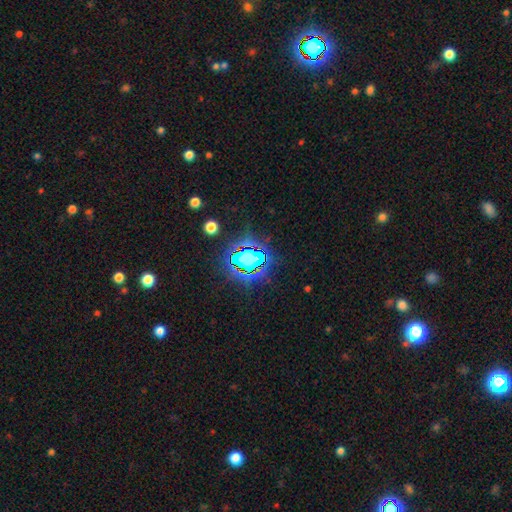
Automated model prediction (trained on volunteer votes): A star or artifact, not a galaxy (81%).

Vote fractions:
- Smooth or featured? star or artifact: 81% / smooth: 12% / featured or disk: 7%